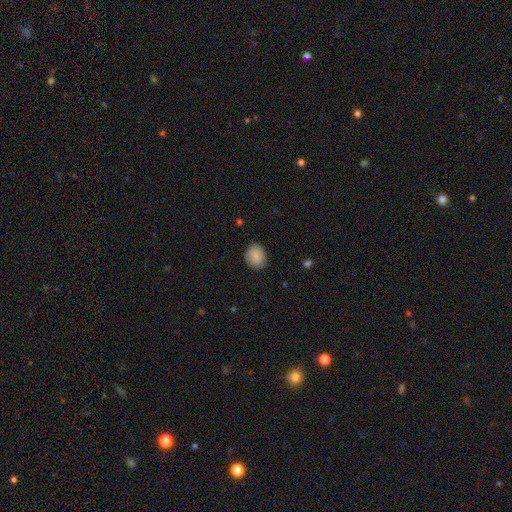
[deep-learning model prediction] smooth 87%, star or artifact 8%, featured or disk 5%. Down the decision tree: how rounded — round (63%); merging — none (84%).